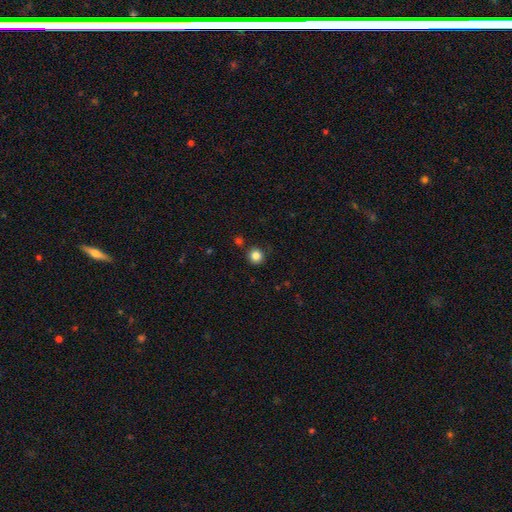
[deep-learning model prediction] Smooth or featured: smooth — 84% (star or artifact — 12%)
How rounded: round — 94% (in between — 5%)
Merging: none — 87% (minor disturbance — 7%)